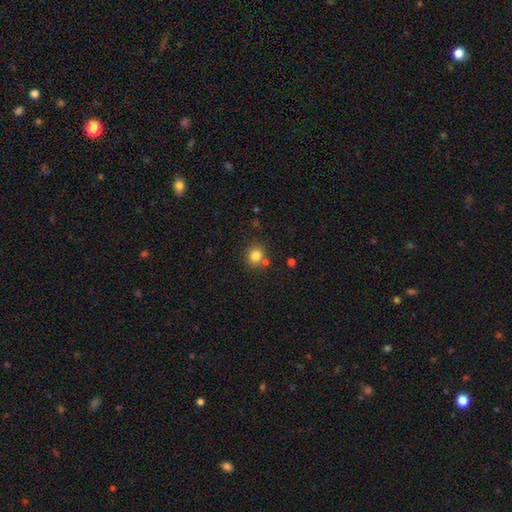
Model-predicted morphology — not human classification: smooth_or_featured: smooth (p=0.82) [alt: star or artifact p=0.12]
how_rounded: round (p=0.76) [alt: in between p=0.23]
merging: none (p=0.75) [alt: merger p=0.12]